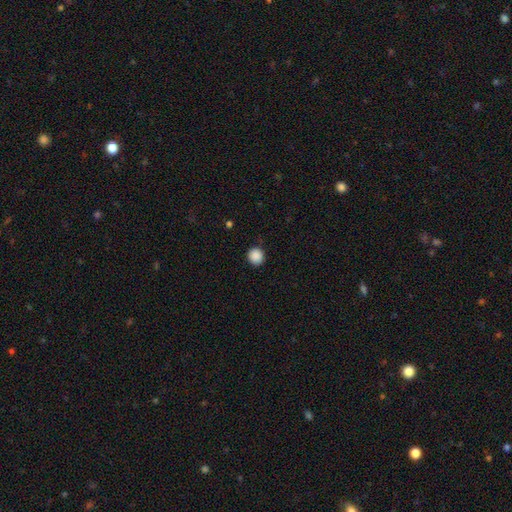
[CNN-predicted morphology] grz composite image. It shows a smooth galaxy with no disk features (88%) that is round (90%). Merging: none (88%).